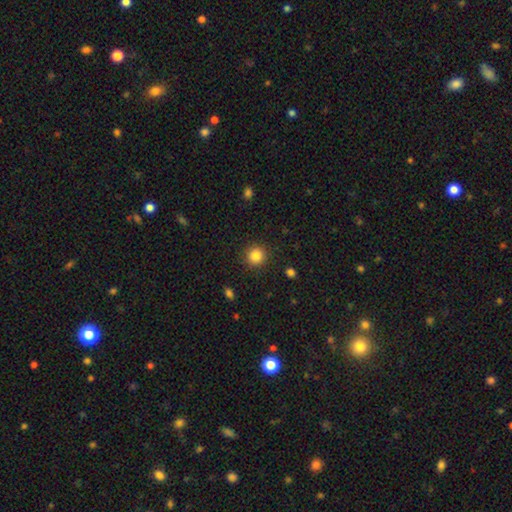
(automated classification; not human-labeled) Overall: smooth (85%). How rounded: round (92%). Merging: none (90%).